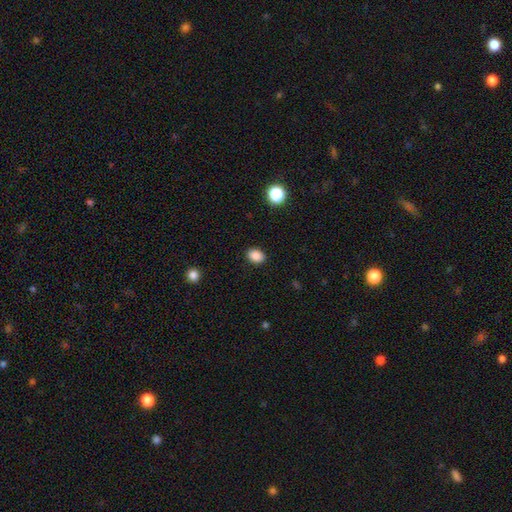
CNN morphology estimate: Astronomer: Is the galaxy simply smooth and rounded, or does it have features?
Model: smooth — 87%.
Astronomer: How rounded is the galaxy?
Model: in between — 61% (runner-up: round, 38%).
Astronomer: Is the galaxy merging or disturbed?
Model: none — 89%.